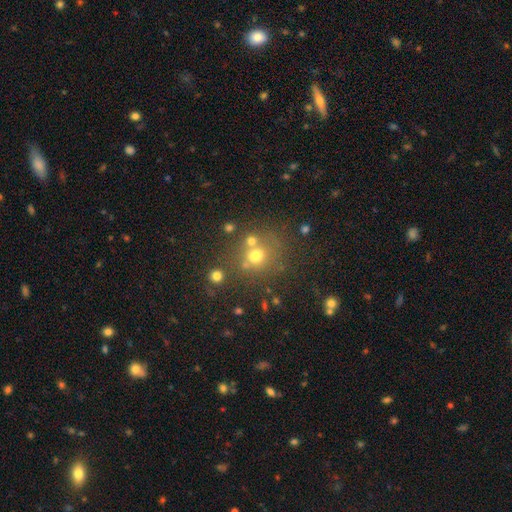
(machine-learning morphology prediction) Smooth or featured? smooth (63%)
How rounded? round (82%)
Merging? none (61%)